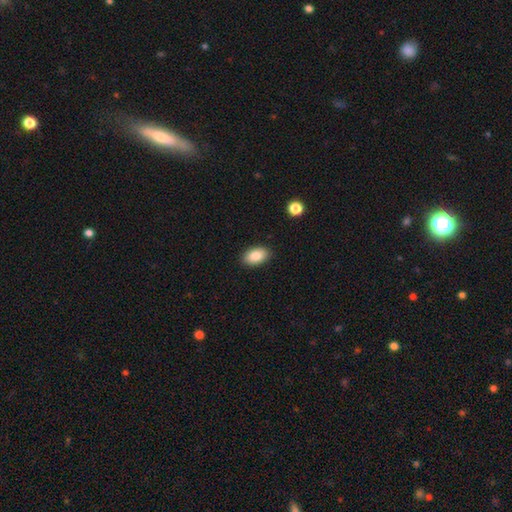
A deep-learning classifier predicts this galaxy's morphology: Smooth or featured? smooth (86%)
How rounded? in between (92%)
Merging? none (88%)